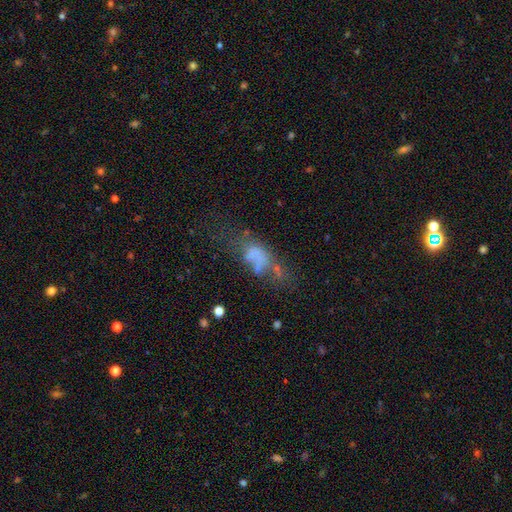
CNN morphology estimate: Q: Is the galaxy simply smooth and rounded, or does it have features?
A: smooth — 46%.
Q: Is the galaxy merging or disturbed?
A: major disturbance — 38%.